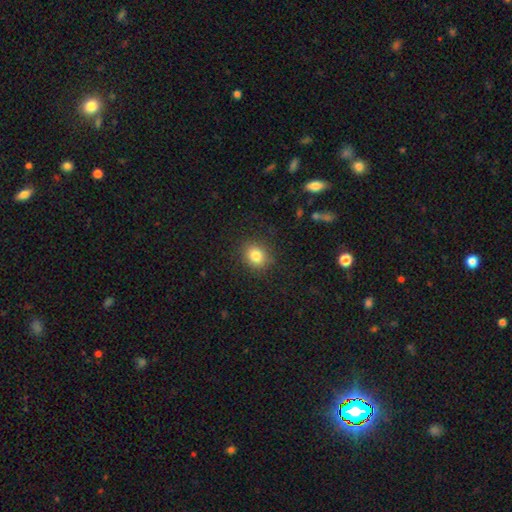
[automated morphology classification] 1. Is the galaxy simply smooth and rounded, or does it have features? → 83% smooth, 11% star or artifact, 6% featured or disk.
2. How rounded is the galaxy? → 67% round, 32% in between, 1% cigar-shaped.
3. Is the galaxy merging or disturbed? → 87% none, 9% minor disturbance, 3% major disturbance, 1% merger.